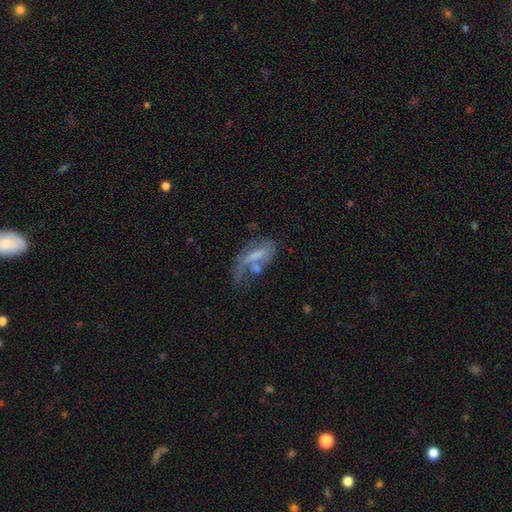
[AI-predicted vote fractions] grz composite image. It shows a featured or disk galaxy (51%). Merging: major disturbance (34%).